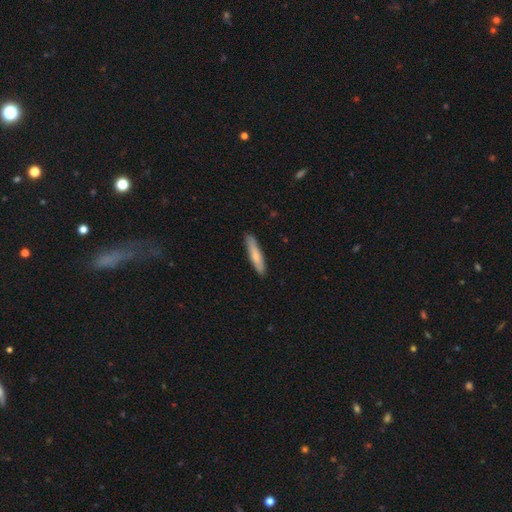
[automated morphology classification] smooth-or-featured: smooth: 73% | featured or disk: 22% | star or artifact: 5%
  how-rounded: cigar-shaped: 88% | in between: 11% | round: 1%
  merging: none: 88% | minor disturbance: 9% | major disturbance: 2% | merger: 1%